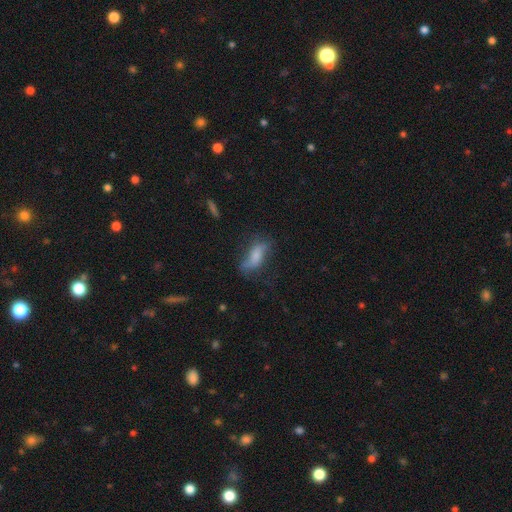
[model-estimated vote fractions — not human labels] The model was most divided on "merging": none: 51%, minor disturbance: 28%, major disturbance: 18%, merger: 3%. More confident: how rounded — in between (71%); smooth or featured — smooth (64%).